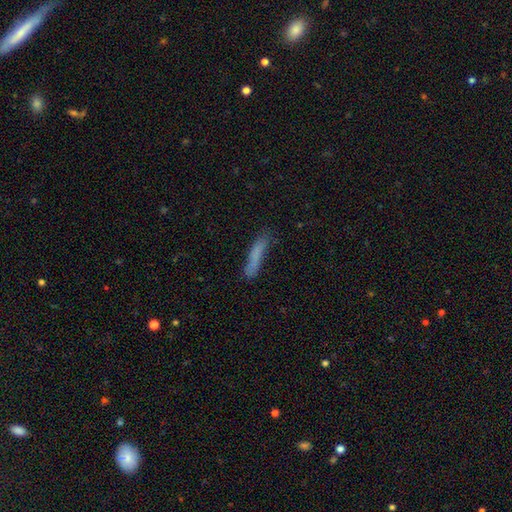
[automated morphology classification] Q: Smooth or featured?
A: smooth (75%); runner-up: featured or disk (17%)
Q: How rounded?
A: cigar-shaped (89%); runner-up: in between (10%)
Q: Merging?
A: none (68%); runner-up: minor disturbance (22%)